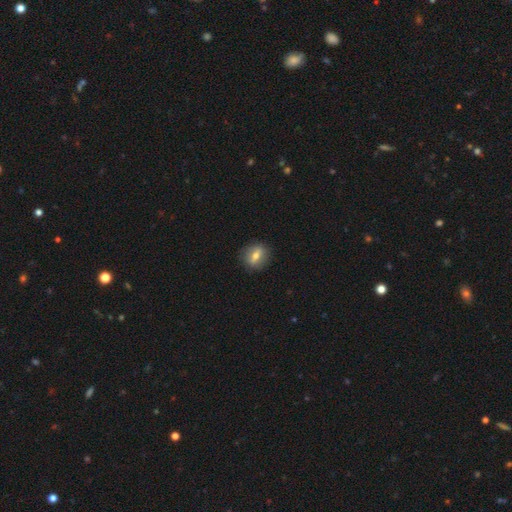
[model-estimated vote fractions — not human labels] Smooth or featured? smooth (58%)
How rounded? round (68%)
Merging? none (87%)